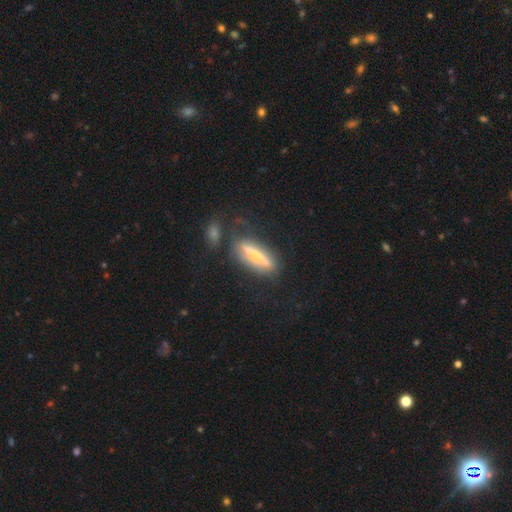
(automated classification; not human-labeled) Overall: featured or disk (48%; smooth 44%). Merging: none (56%; minor disturbance 20%).